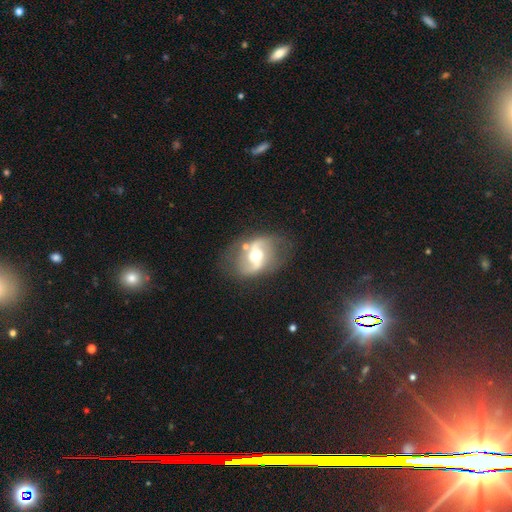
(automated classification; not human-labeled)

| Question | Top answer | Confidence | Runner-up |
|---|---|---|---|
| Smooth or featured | featured or disk | 80% | smooth (14%) |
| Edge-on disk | no | 96% | yes (4%) |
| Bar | weak | 39% | strong (36%) |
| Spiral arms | yes | 84% | no (16%) |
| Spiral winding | loose | 57% | medium (34%) |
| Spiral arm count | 2 | 89% | can't tell (5%) |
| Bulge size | moderate | 68% | large (17%) |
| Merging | none | 65% | minor disturbance (19%) |